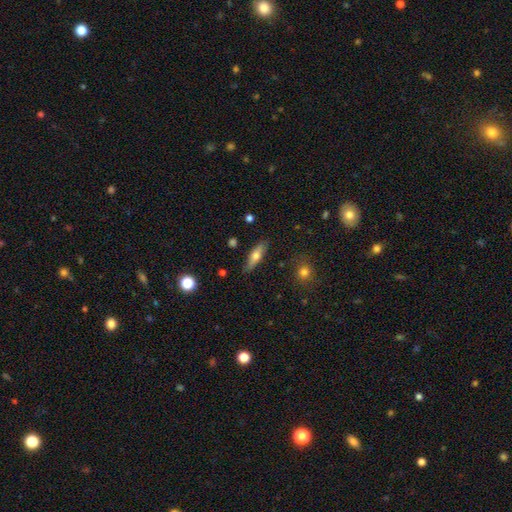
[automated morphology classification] Smooth or featured? smooth (58%)
How rounded? cigar-shaped (56%)
Merging? none (83%)